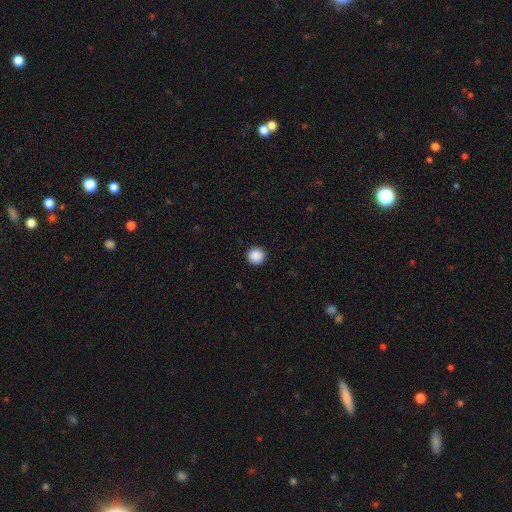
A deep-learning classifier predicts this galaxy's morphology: Q: Smooth or featured?
A: smooth (89%); runner-up: star or artifact (9%)
Q: How rounded?
A: round (95%); runner-up: in between (4%)
Q: Merging?
A: none (93%); runner-up: minor disturbance (4%)